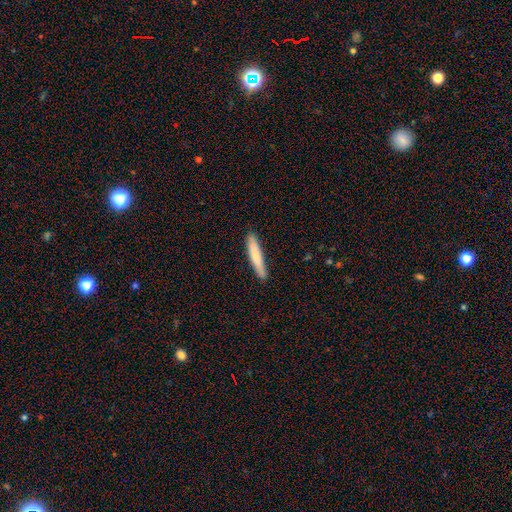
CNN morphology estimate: This is likely a smooth galaxy (77%). How rounded: clearly cigar-shaped (93%). Merging: clearly none (87%).